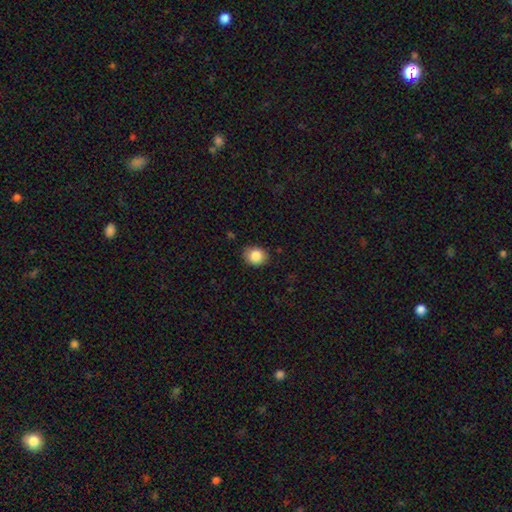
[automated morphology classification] Overall: smooth (85%). How rounded: round (59%; in between 40%). Merging: none (85%).